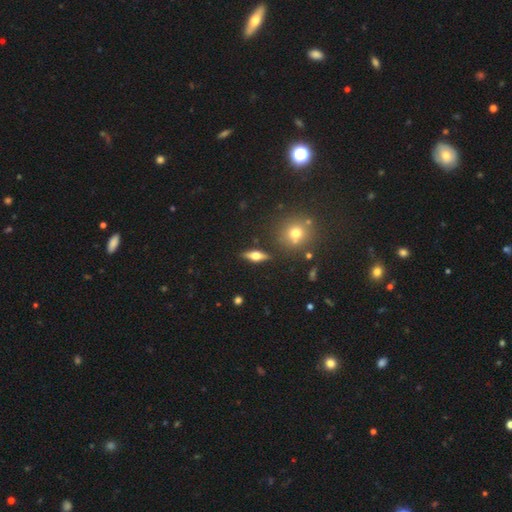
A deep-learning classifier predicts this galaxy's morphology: A featured or disk galaxy (57%) viewed edge-on (92%) with a rounded central bulge (93%). Merging: none (87%).